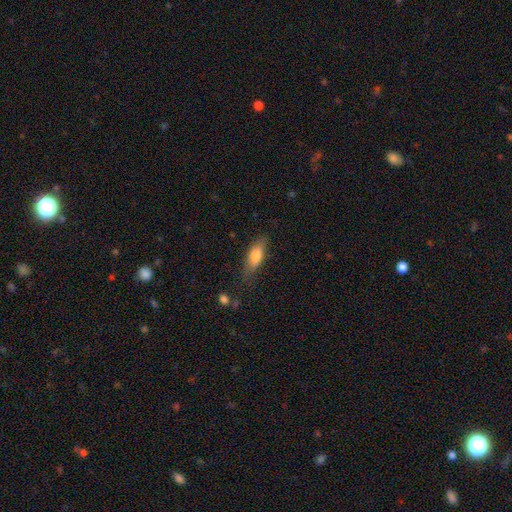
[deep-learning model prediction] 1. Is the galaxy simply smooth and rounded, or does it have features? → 73% smooth, 21% featured or disk, 7% star or artifact.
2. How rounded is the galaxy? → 69% in between, 28% cigar-shaped, 3% round.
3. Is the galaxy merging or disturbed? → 72% none, 20% minor disturbance, 5% major disturbance, 2% merger.